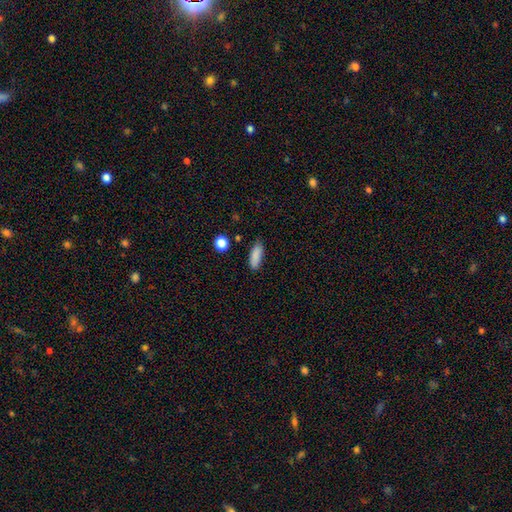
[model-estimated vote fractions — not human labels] This is clearly a smooth galaxy (87%). How rounded: likely in between (64%). Merging: clearly none (80%).